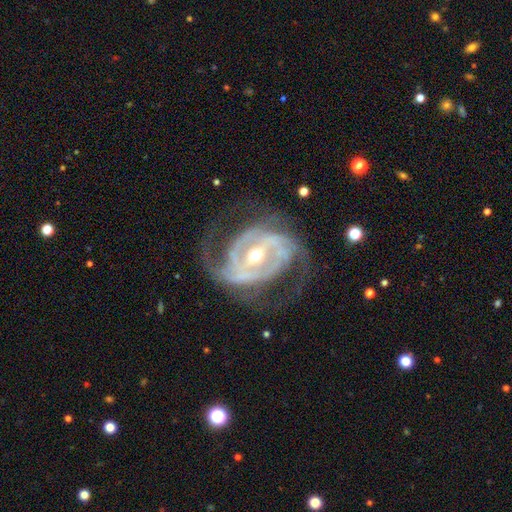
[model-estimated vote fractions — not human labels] Smooth or featured?
  - featured or disk: 91% *
  - star or artifact: 5%
  - smooth: 4%
Edge-on disk?
  - no: 96% *
  - yes: 4%
Bar?
  - strong: 52% *
  - weak: 32%
  - no: 16%
Spiral arms?
  - yes: 95% *
  - no: 5%
Spiral winding?
  - medium: 45% *
  - tight: 31%
  - loose: 24%
Spiral arm count?
  - 2: 55% *
  - 3: 17%
  - can't tell: 13%
  - 4: 5%
  - 1: 5%
  - more than 4: 4%
Bulge size?
  - moderate: 60% *
  - small: 35%
  - large: 3%
  - dominant: 1%
  - none: 1%
Merging?
  - none: 61% *
  - major disturbance: 20%
  - minor disturbance: 18%
  - merger: 2%